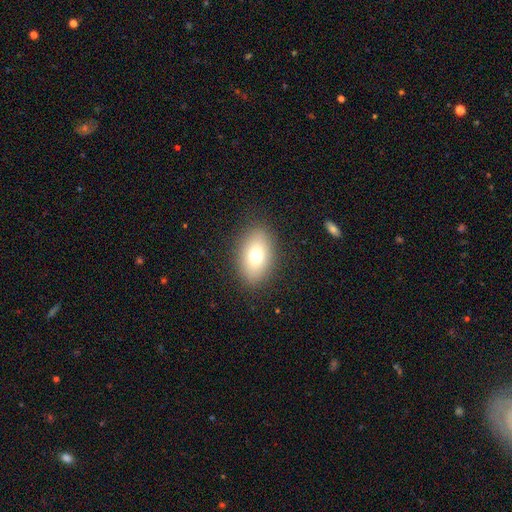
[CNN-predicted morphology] smooth 73%, featured or disk 16%, star or artifact 11%. Down the decision tree: how rounded — in between (84%); merging — none (87%).